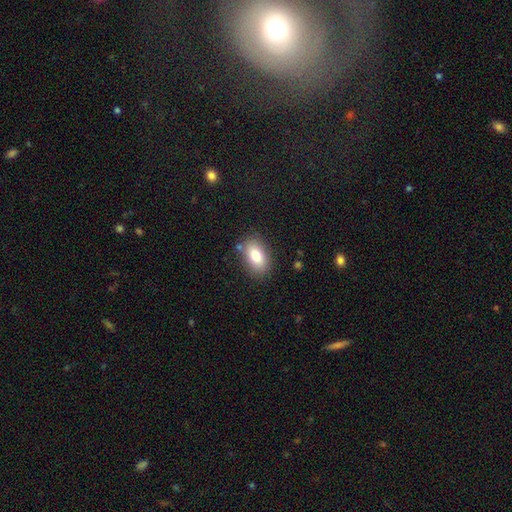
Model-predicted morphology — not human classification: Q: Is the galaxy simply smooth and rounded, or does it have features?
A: smooth — 82%.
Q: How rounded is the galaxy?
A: in between — 89%.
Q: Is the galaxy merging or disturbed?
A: none — 81%.